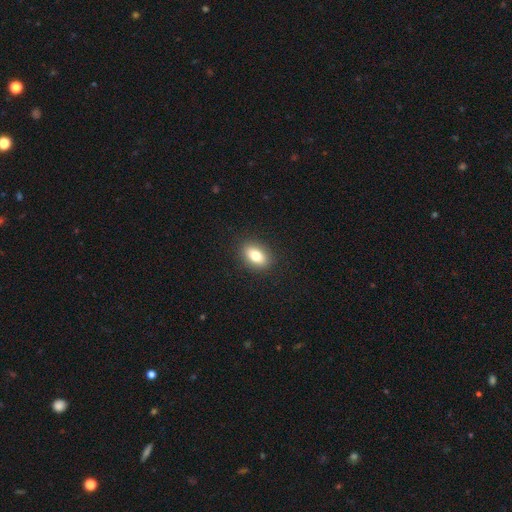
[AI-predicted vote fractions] smooth_or_featured: smooth (p=0.78) [alt: featured or disk p=0.14]
how_rounded: in between (p=0.82) [alt: round p=0.15]
merging: none (p=0.89) [alt: minor disturbance p=0.08]